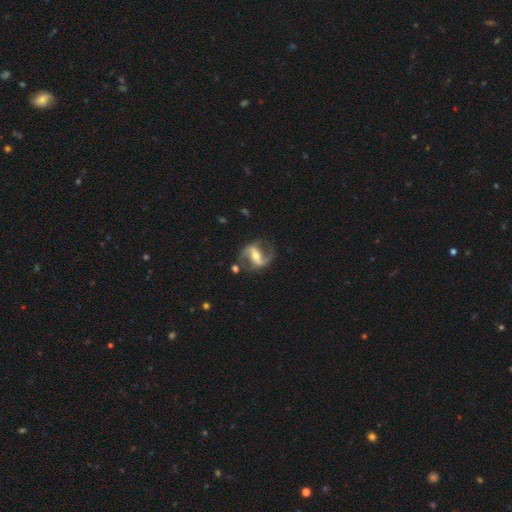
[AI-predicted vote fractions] featured or disk 88%, smooth 6%, star or artifact 5%. Down the decision tree: edge-on disk — no (96%); bar — strong (54%); spiral arms — yes (95%); spiral arm count — 2 (92%); spiral winding — loose (51%); bulge size — moderate (58%); merging — none (73%).